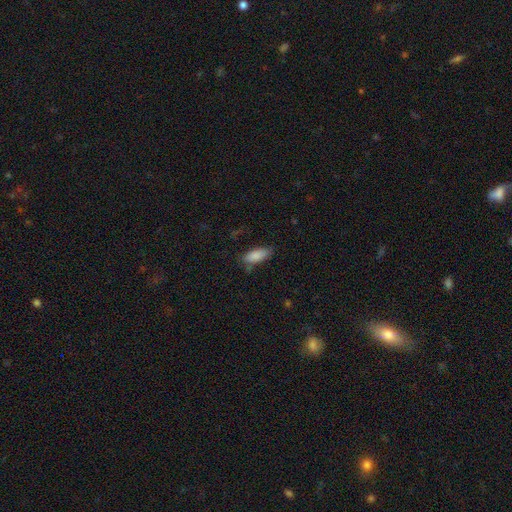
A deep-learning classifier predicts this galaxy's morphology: Smooth or featured: smooth — 86% (star or artifact — 7%)
How rounded: in between — 81% (cigar-shaped — 17%)
Merging: none — 68% (minor disturbance — 23%)